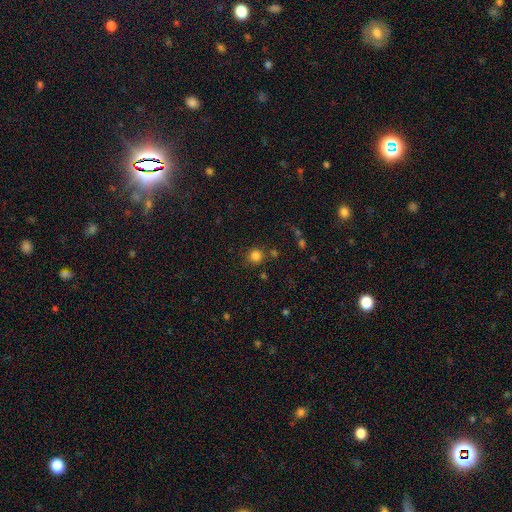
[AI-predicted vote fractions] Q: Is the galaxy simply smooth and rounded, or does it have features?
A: smooth — 82%.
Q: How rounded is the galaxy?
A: round — 92%.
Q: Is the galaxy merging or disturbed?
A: none — 81%.